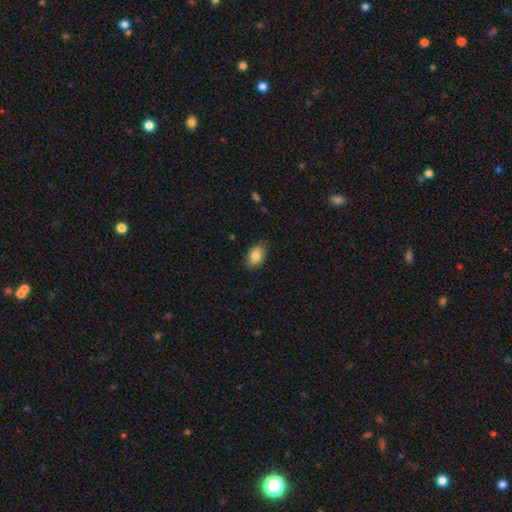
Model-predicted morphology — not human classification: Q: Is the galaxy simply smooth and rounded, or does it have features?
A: smooth — 85%.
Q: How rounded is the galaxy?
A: in between — 87%.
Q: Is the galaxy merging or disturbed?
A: none — 84%.